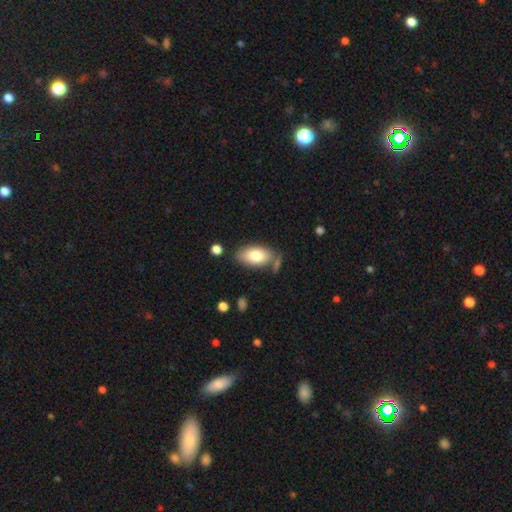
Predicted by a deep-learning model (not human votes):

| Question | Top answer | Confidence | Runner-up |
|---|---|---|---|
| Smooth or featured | smooth | 78% | featured or disk (16%) |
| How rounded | in between | 93% | round (4%) |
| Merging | none | 70% | minor disturbance (16%) |